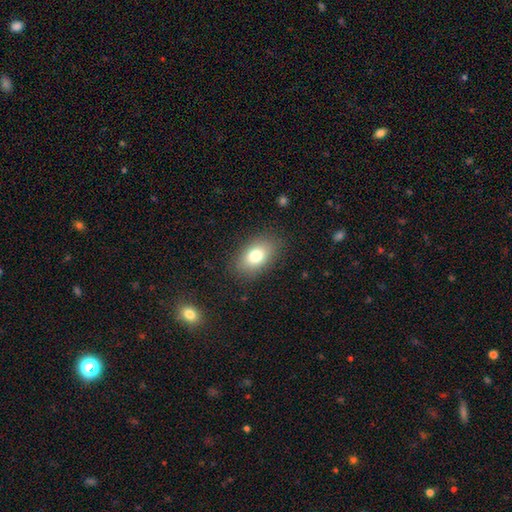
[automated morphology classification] This is likely a smooth galaxy (78%). How rounded: clearly in between (87%). Merging: clearly none (85%).